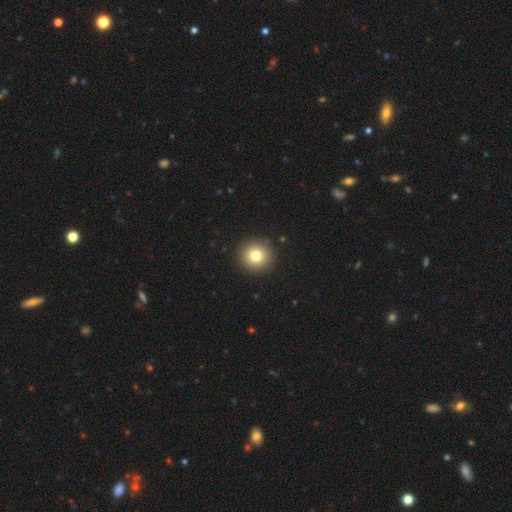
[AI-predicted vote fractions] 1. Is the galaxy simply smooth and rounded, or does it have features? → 79% smooth, 12% star or artifact, 9% featured or disk.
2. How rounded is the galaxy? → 93% round, 6% in between, 1% cigar-shaped.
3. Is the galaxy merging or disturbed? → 92% none, 5% minor disturbance, 2% major disturbance, 1% merger.